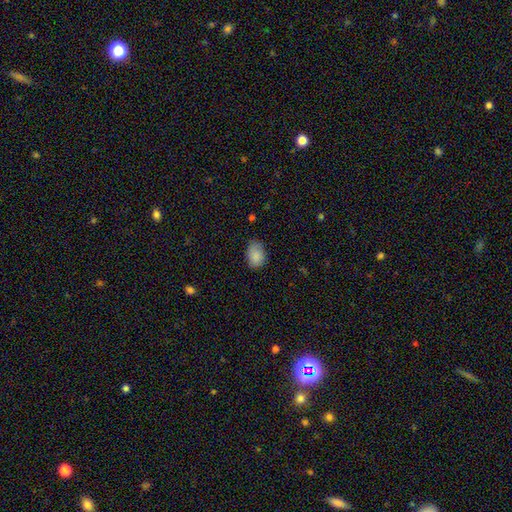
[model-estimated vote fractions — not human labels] Smooth or featured?
  - smooth: 87% *
  - star or artifact: 8%
  - featured or disk: 5%
How rounded?
  - in between: 78% *
  - round: 21%
  - cigar-shaped: 1%
Merging?
  - none: 70% *
  - minor disturbance: 24%
  - major disturbance: 4%
  - merger: 1%